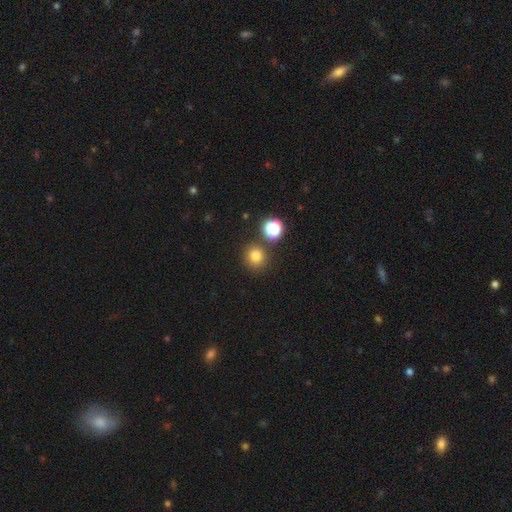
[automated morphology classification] The model was most divided on "smooth or featured": smooth: 78%, star or artifact: 17%, featured or disk: 5%. More confident: how rounded — round (91%); merging — none (82%).